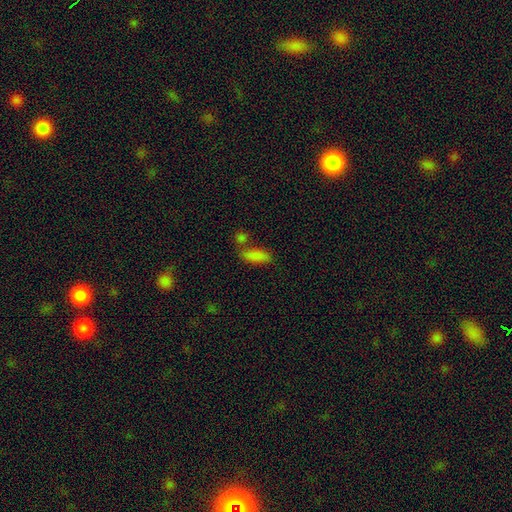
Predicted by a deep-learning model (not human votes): This is clearly a smooth galaxy (83%). How rounded: likely in between (74%). Merging: possibly none (53%).